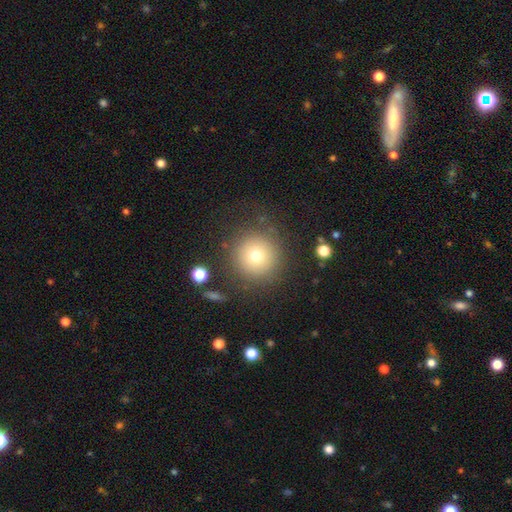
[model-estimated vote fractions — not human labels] Smooth or featured? smooth (73%)
How rounded? round (95%)
Merging? none (84%)